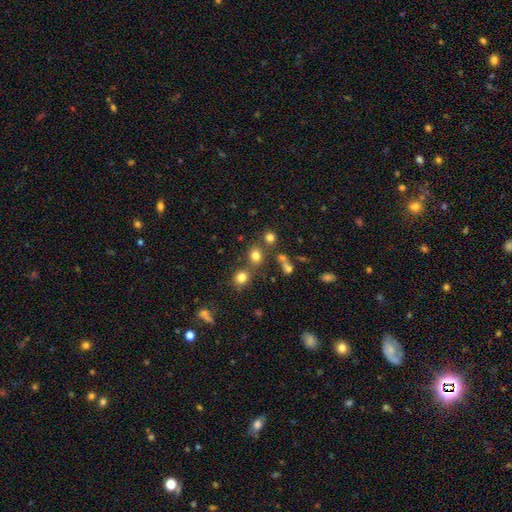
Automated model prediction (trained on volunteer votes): The model was most divided on "merging": none: 68%, merger: 19%, minor disturbance: 9%, major disturbance: 4%. More confident: how rounded — round (80%); smooth or featured — smooth (75%).